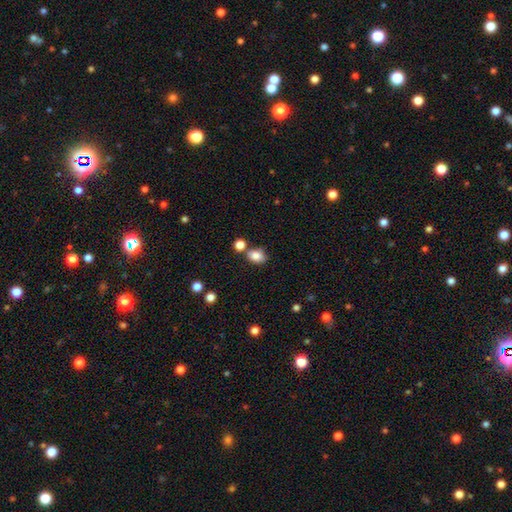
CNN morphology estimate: smooth_or_featured: smooth (p=0.84) [alt: star or artifact p=0.10]
how_rounded: in between (p=0.66) [alt: round p=0.33]
merging: none (p=0.66) [alt: merger p=0.16]